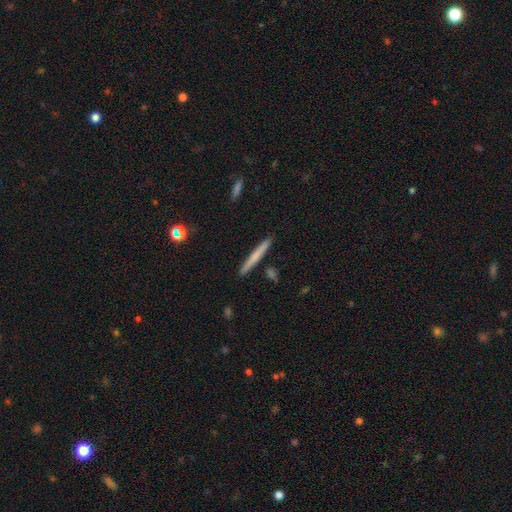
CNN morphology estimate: The model was most divided on "smooth or featured": smooth: 60%, featured or disk: 34%, star or artifact: 6%. More confident: how rounded — cigar-shaped (97%); merging — none (90%).